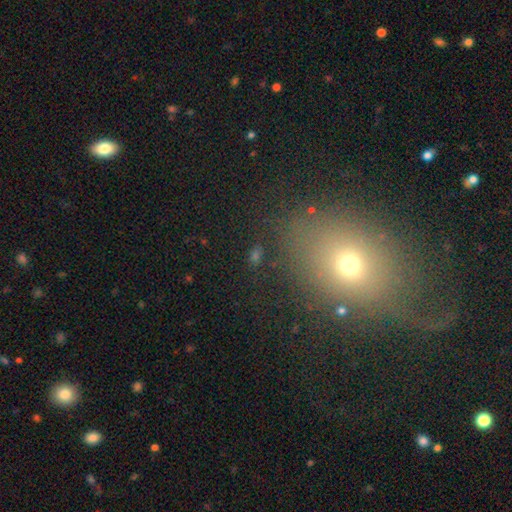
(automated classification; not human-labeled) Morphology: type=smooth (52%); roundness=in between (56%); merging=none (74%).